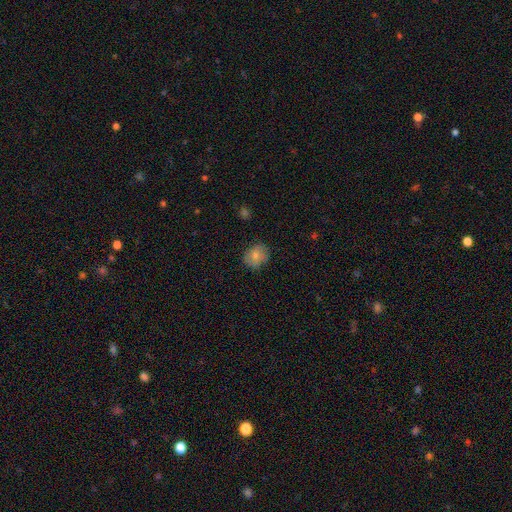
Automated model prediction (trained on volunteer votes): Overall: smooth (78%). How rounded: round (67%; in between 32%). Merging: none (79%).